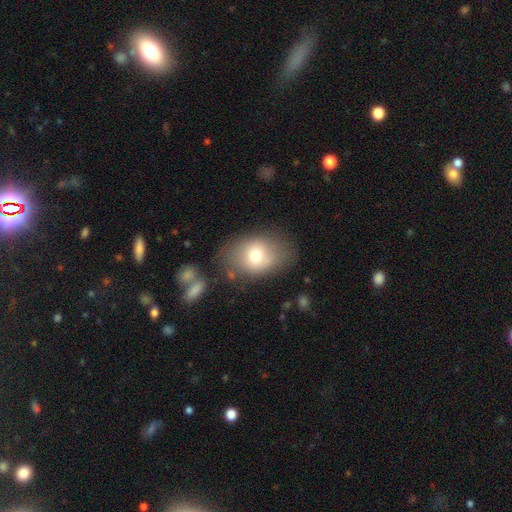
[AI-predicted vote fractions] smooth 72%, featured or disk 19%, star or artifact 9%. Down the decision tree: how rounded — in between (74%); merging — none (70%).